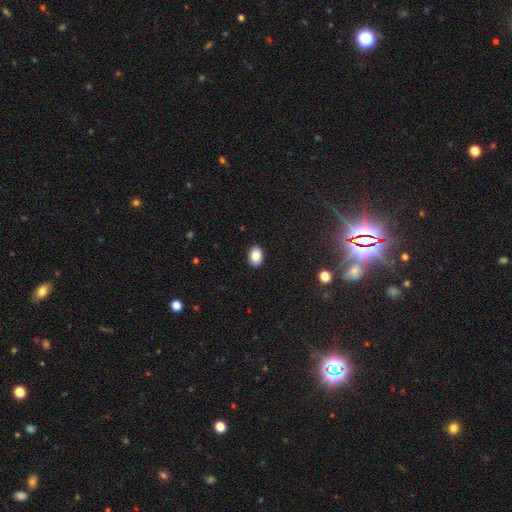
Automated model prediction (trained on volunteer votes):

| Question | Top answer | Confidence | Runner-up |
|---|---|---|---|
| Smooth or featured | smooth | 86% | star or artifact (8%) |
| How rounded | in between | 76% | round (23%) |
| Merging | none | 90% | minor disturbance (7%) |